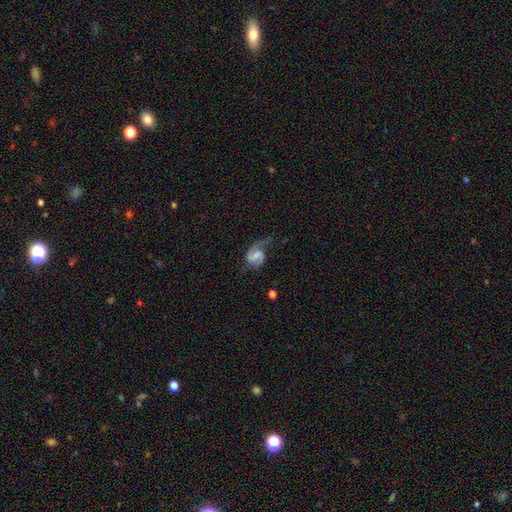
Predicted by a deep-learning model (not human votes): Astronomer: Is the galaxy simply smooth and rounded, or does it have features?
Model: featured or disk — 74%.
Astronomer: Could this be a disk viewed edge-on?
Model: no — 98%.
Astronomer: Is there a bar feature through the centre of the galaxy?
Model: weak — 52% (runner-up: no, 28%).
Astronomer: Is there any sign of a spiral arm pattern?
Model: yes — 93%.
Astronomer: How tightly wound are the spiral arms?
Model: medium — 44% (runner-up: loose, 37%).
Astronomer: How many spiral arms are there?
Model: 2 — 65%.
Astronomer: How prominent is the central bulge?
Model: small — 38% (runner-up: moderate, 34%).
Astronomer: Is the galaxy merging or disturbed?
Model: none — 43% (runner-up: major disturbance, 28%).